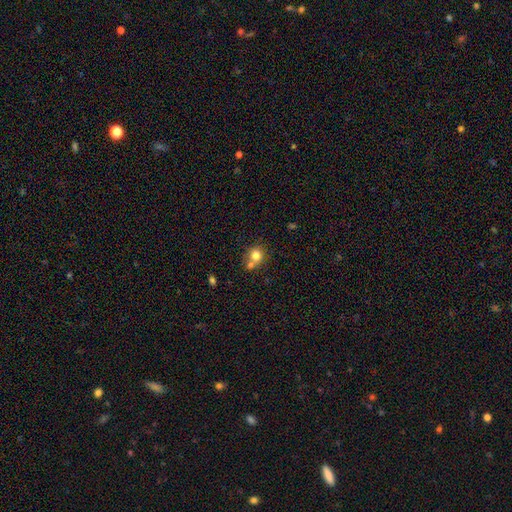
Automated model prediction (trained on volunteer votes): smooth-or-featured: smooth: 78% | star or artifact: 11% | featured or disk: 11%
  how-rounded: round: 83% | in between: 16% | cigar-shaped: 1%
  merging: none: 48% | merger: 39% | minor disturbance: 9% | major disturbance: 3%